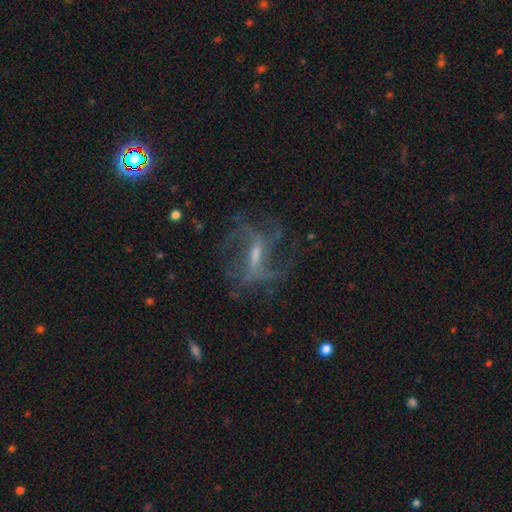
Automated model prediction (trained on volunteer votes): Smooth or featured? featured or disk (79%)
Edge-on disk? no (89%)
Bar? weak (45%)
Spiral arms? yes (85%)
Spiral winding? loose (48%)
Spiral arm count? can't tell (29%)
Bulge size? small (42%)
Merging? none (58%)